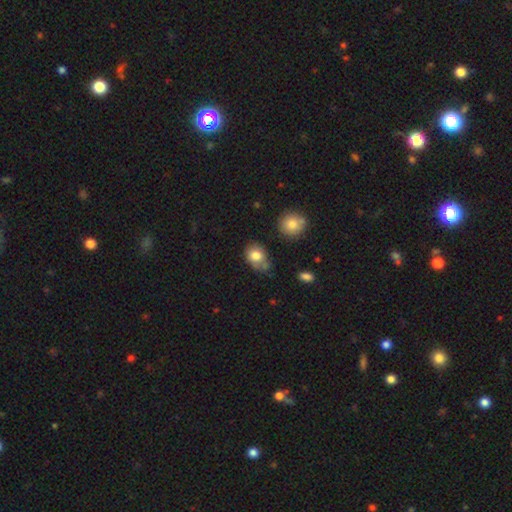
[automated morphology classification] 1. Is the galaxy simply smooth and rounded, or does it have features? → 78% smooth, 13% featured or disk, 9% star or artifact.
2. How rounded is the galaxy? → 59% in between, 40% round, 1% cigar-shaped.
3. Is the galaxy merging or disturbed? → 46% none, 34% minor disturbance, 12% major disturbance, 8% merger.